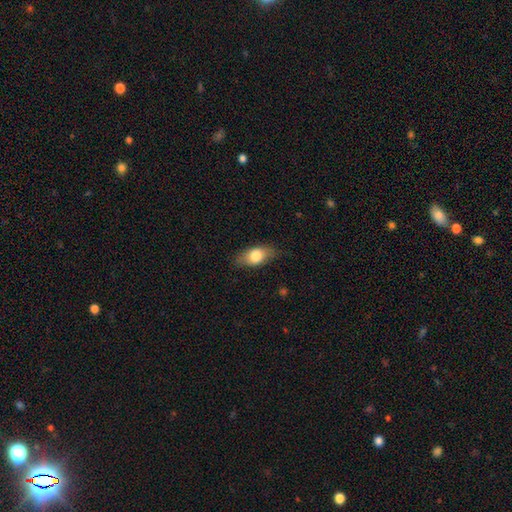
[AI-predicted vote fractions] Smooth or featured: smooth — 77% (featured or disk — 16%)
How rounded: in between — 87% (cigar-shaped — 7%)
Merging: none — 80% (minor disturbance — 15%)